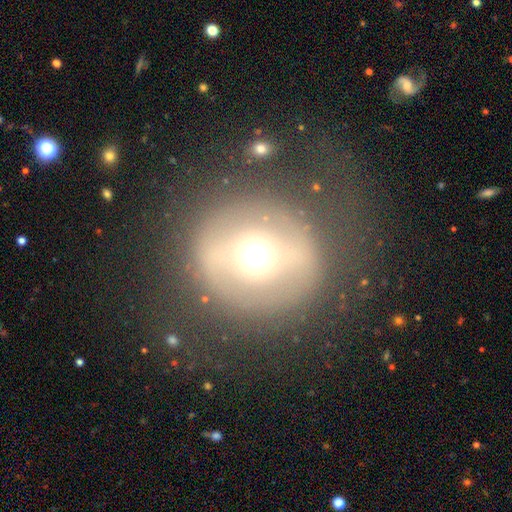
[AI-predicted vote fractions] This appears to be a featured or disk galaxy (47%). Merging: none (71%).